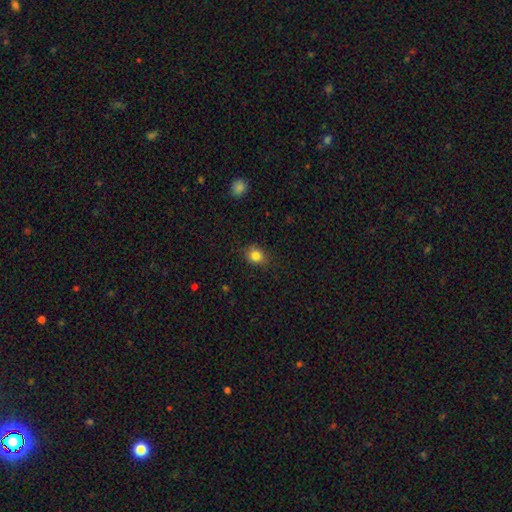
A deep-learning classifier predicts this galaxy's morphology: Q: Smooth or featured?
A: smooth (83%); runner-up: star or artifact (11%)
Q: How rounded?
A: round (61%); runner-up: in between (38%)
Q: Merging?
A: none (83%); runner-up: minor disturbance (13%)